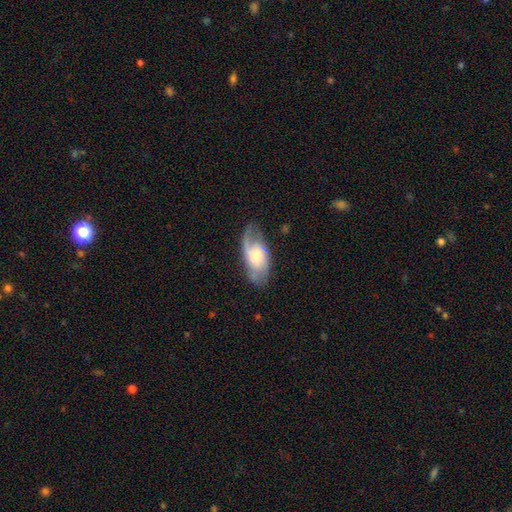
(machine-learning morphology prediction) This appears to be a featured or disk galaxy (69%) with no bar (60%), 2 (58%) medium (44%) spiral arms (90%) and a moderate central bulge (47%). Merging: none (63%).